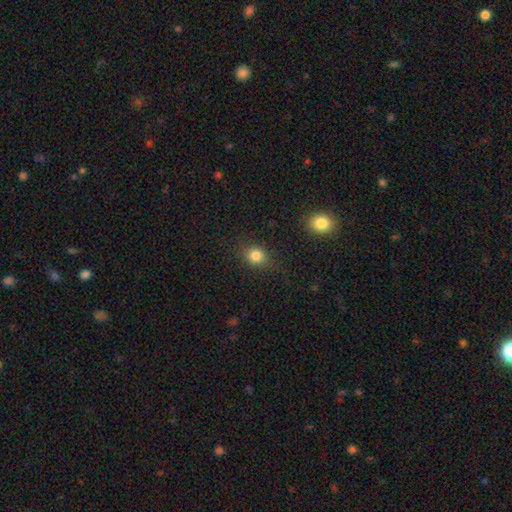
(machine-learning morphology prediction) type=smooth (82%); roundness=round (65%); merging=none (83%).